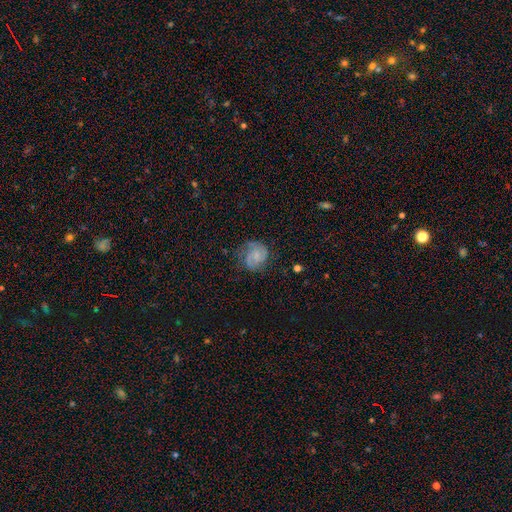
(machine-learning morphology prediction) Smooth or featured: featured or disk — 57% (smooth — 35%)
Edge-on disk: no — 98% (yes — 2%)
Bar: no — 64% (weak — 32%)
Spiral arms: yes — 89% (no — 11%)
Bulge size: small — 50% (none — 25%)
Merging: none — 59% (minor disturbance — 25%)